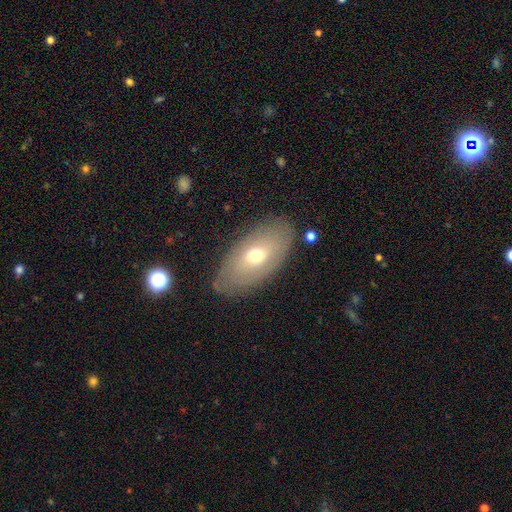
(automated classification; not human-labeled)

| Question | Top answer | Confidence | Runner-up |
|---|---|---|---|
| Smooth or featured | smooth | 58% | featured or disk (35%) |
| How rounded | in between | 92% | round (4%) |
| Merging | none | 80% | minor disturbance (14%) |